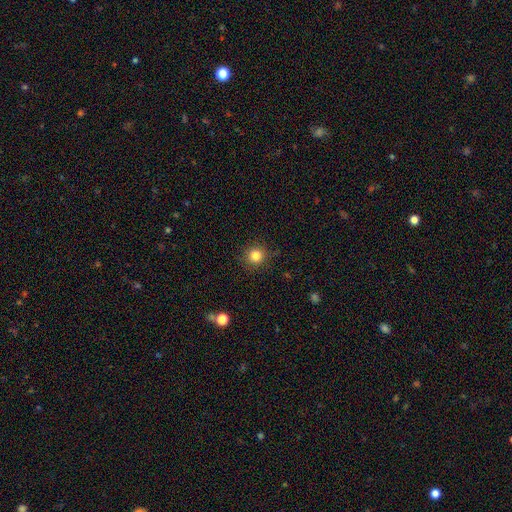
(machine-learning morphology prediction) smooth-or-featured: smooth: 83% | star or artifact: 12% | featured or disk: 5%
  how-rounded: round: 94% | in between: 5% | cigar-shaped: 1%
  merging: none: 88% | minor disturbance: 8% | major disturbance: 3% | merger: 1%